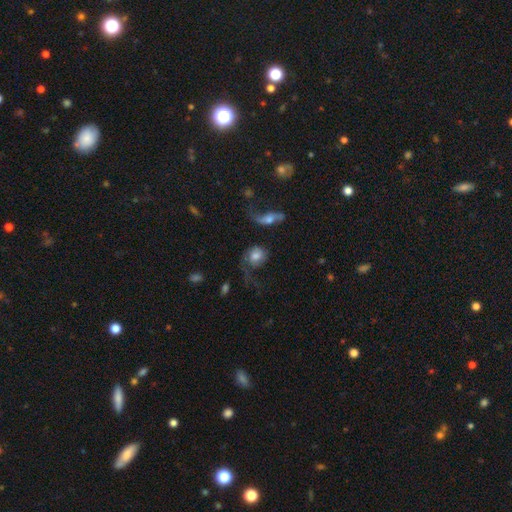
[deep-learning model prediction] This is possibly a smooth galaxy (56%). How rounded: likely round (63%). Merging: marginally major disturbance (42%).